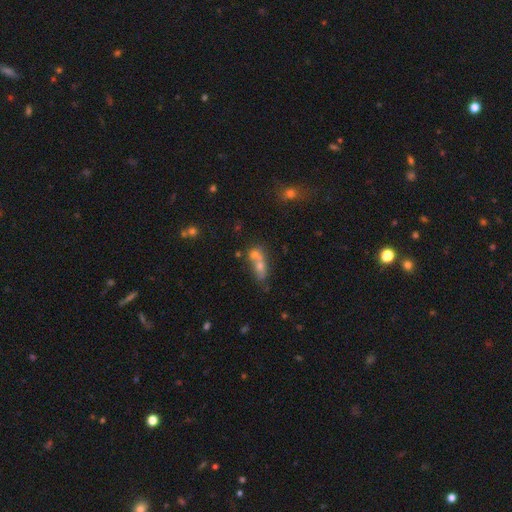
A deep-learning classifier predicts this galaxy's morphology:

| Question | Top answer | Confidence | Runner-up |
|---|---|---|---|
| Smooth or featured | smooth | 56% | featured or disk (25%) |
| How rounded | in between | 48% | round (38%) |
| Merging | merger | 60% | none (27%) |